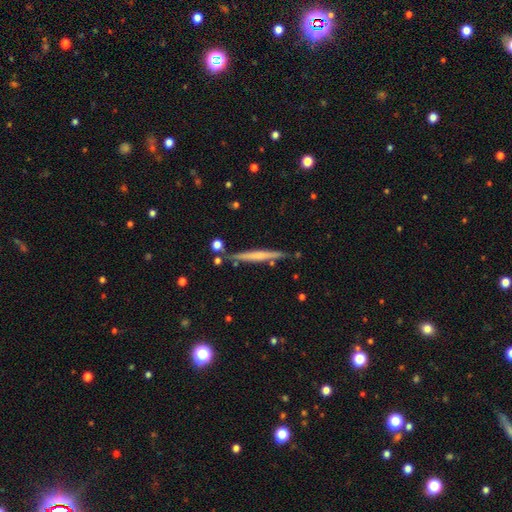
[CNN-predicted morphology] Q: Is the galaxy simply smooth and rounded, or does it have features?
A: featured or disk — 54%.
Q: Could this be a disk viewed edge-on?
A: yes — 97%.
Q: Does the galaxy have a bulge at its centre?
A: none — 69%.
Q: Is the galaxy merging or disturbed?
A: none — 85%.